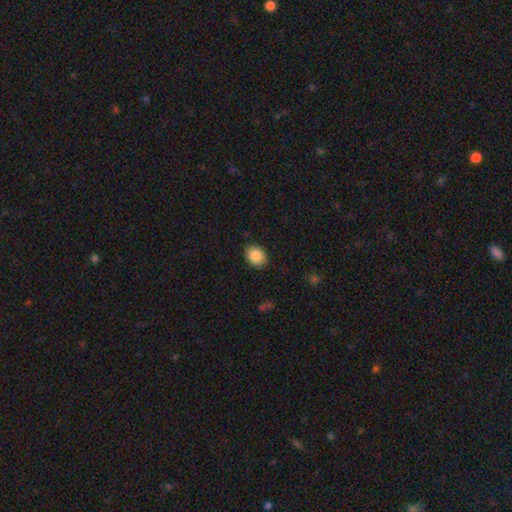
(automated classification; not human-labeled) This appears to be a smooth galaxy with no disk features (86%) that is in between round and cigar-shaped (61%). Merging: none (88%).